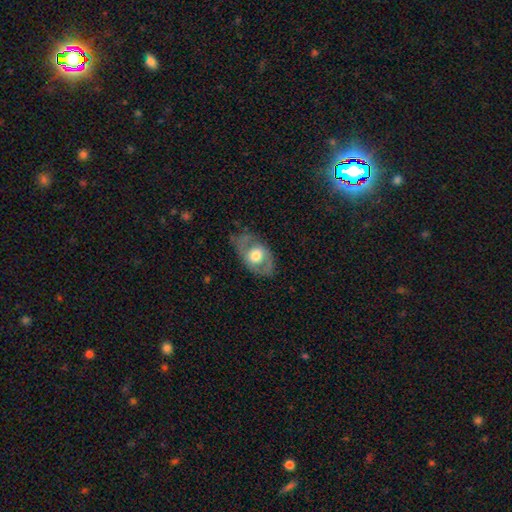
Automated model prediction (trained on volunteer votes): A featured or disk galaxy (50%).

Vote fractions:
- Smooth or featured? featured or disk: 50% / smooth: 44% / star or artifact: 6%
- Merging? none: 70% / minor disturbance: 19% / major disturbance: 9% / merger: 1%